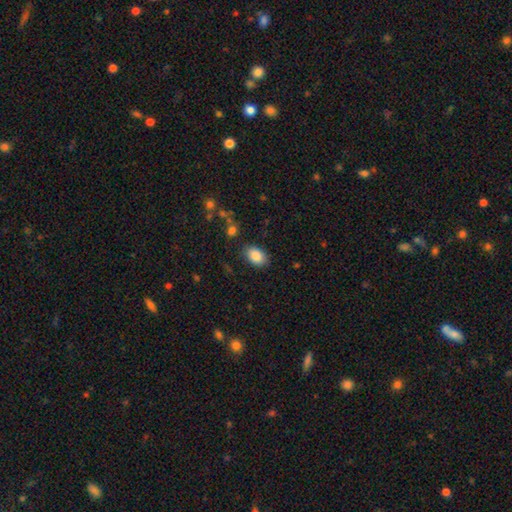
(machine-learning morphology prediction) Q: Smooth or featured?
A: smooth (87%); runner-up: star or artifact (7%)
Q: How rounded?
A: in between (86%); runner-up: round (13%)
Q: Merging?
A: none (84%); runner-up: minor disturbance (11%)